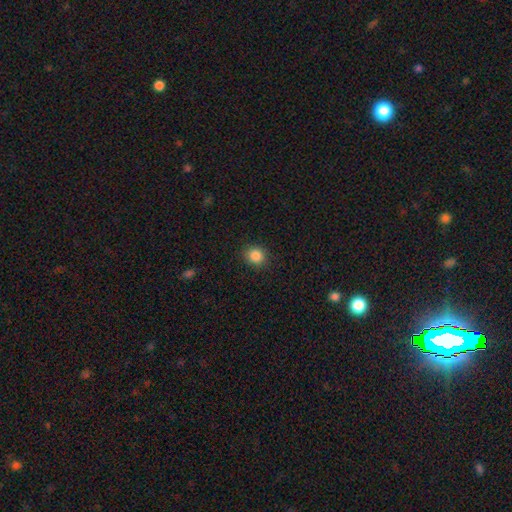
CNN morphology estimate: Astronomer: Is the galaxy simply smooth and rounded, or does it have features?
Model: smooth — 86%.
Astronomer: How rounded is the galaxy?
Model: round — 82%.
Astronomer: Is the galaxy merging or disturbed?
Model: none — 89%.